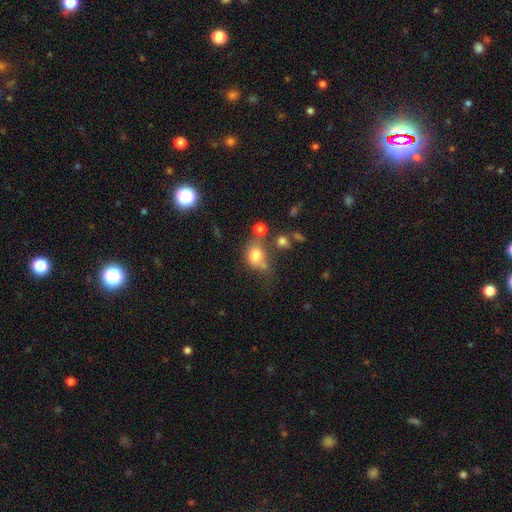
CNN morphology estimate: type=smooth (76%); roundness=round (56%); merging=none (38%).